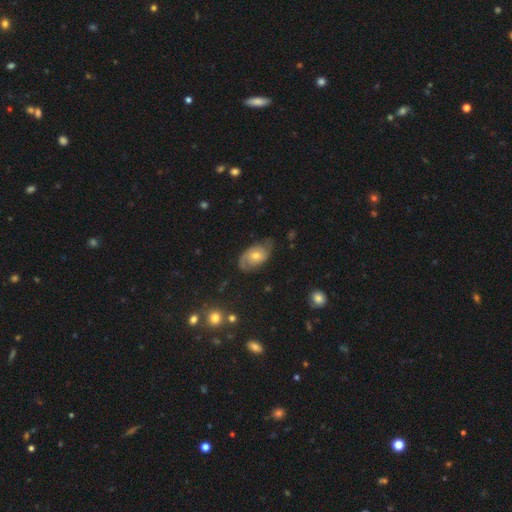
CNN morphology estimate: Overall: featured or disk (61%; smooth 30%). Edge-on disk: no (94%). Bar: no (74%). Spiral arms: yes (84%). Bulge size: moderate (57%; small 37%). Merging: none (65%).